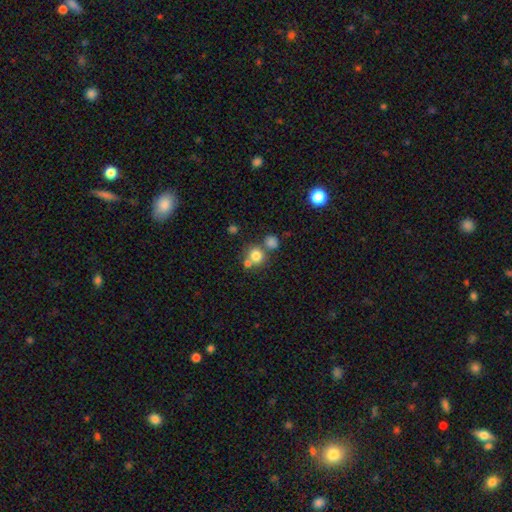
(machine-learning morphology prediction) smooth_or_featured: smooth (p=0.76) [alt: star or artifact p=0.14]
how_rounded: round (p=0.87) [alt: in between p=0.12]
merging: none (p=0.57) [alt: merger p=0.30]